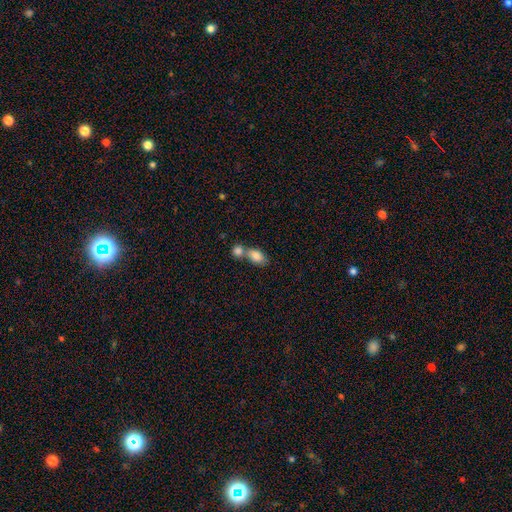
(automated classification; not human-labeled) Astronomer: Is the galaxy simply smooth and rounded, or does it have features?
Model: smooth — 83%.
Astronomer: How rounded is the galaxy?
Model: in between — 83%.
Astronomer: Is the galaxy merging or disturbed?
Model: merger — 56% (runner-up: none, 33%).